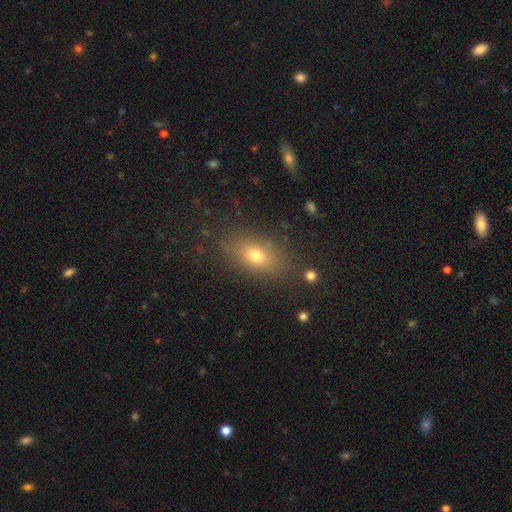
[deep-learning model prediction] Smooth or featured?
  - smooth: 72% *
  - featured or disk: 15%
  - star or artifact: 13%
How rounded?
  - in between: 79% *
  - round: 14%
  - cigar-shaped: 7%
Merging?
  - none: 82% *
  - minor disturbance: 11%
  - major disturbance: 4%
  - merger: 2%